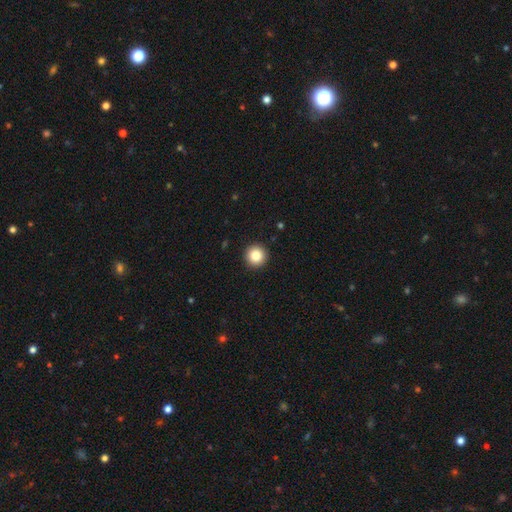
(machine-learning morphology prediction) Overall: smooth (85%). How rounded: round (96%). Merging: none (93%).